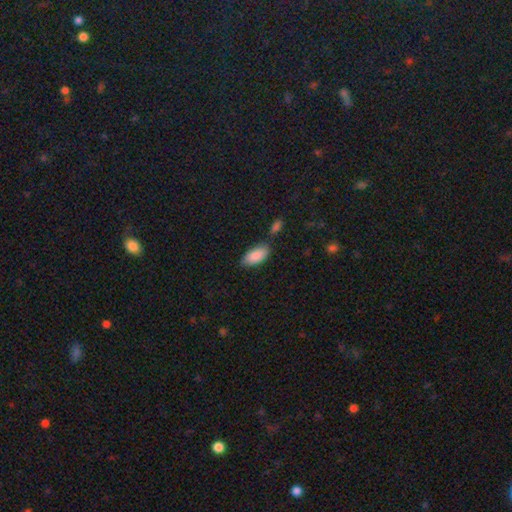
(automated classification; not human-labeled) This appears to be a smooth galaxy with no disk features (88%) that is in between round and cigar-shaped (91%). Merging: none (65%).